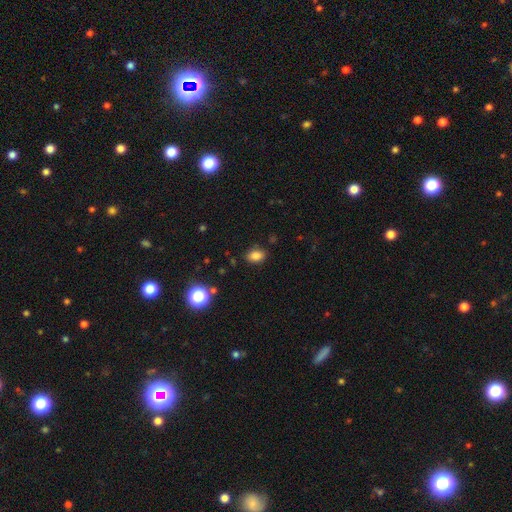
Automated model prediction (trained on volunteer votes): Smooth or featured? Predicted: smooth (p=0.83). How rounded? Predicted: in between (p=0.79). Merging? Predicted: none (p=0.83).